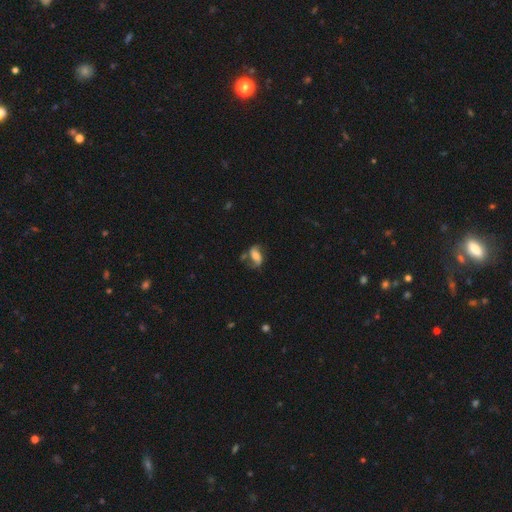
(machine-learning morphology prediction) This is likely a featured or disk galaxy (66%). It is clearly not viewed edge-on (95%). Bar: marginally no (37%). Spiral arm pattern: clearly yes (89%). Spiral arm count: clearly 2 (86%). Spiral winding: possibly loose (54%). Central bulge: marginally moderate (36%). Merging: possibly none (54%).